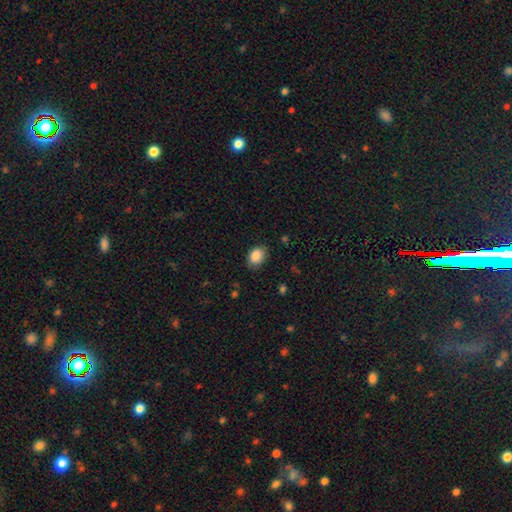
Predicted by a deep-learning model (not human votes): Smooth or featured: smooth — 88% (star or artifact — 8%)
How rounded: in between — 77% (round — 22%)
Merging: none — 80% (minor disturbance — 16%)